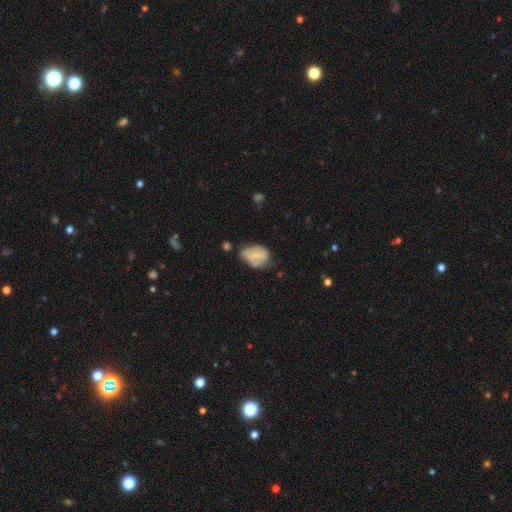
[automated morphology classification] smooth 53%, featured or disk 39%, star or artifact 9%. Down the decision tree: how rounded — in between (75%); merging — none (41%).